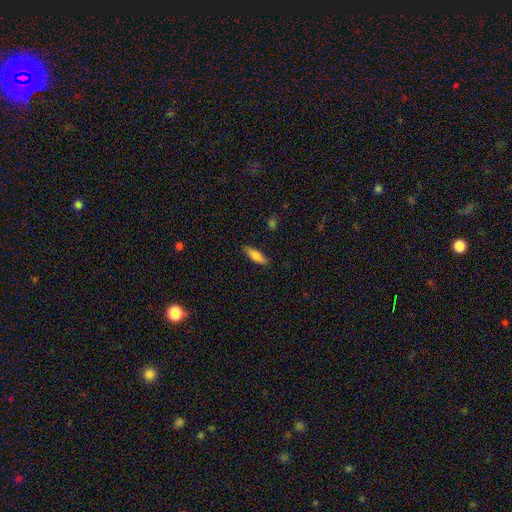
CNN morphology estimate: A smooth galaxy with no disk features (79%) that is cigar-shaped (49%, tied with in between). Merging: none (86%).